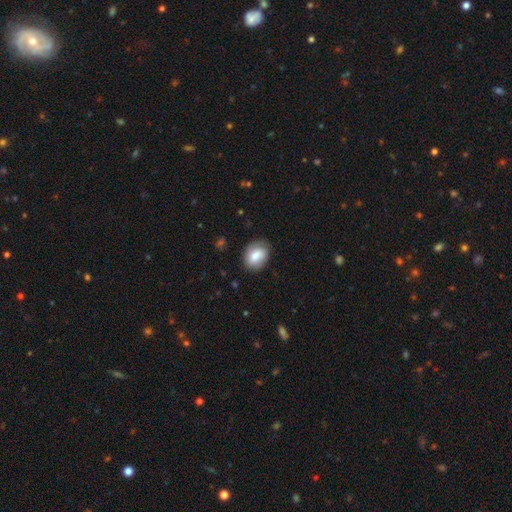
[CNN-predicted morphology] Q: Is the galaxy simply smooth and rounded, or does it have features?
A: smooth — 77%.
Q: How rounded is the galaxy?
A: in between — 67%.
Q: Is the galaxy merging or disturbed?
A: none — 77%.